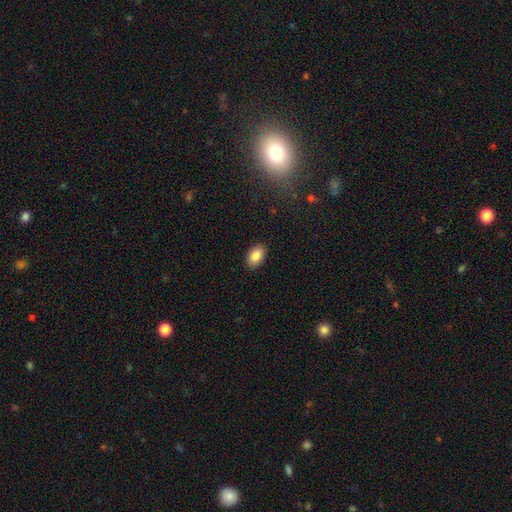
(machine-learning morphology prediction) Smooth or featured? smooth (86%)
How rounded? in between (91%)
Merging? none (89%)